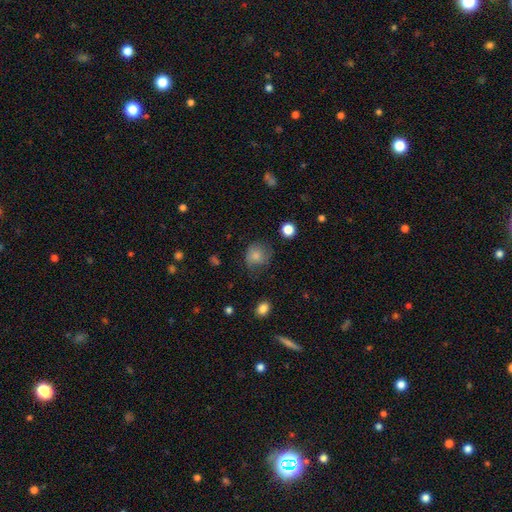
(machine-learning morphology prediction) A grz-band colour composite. It shows a smooth galaxy with no disk features (78%) that is round (81%). Merging: none (61%).